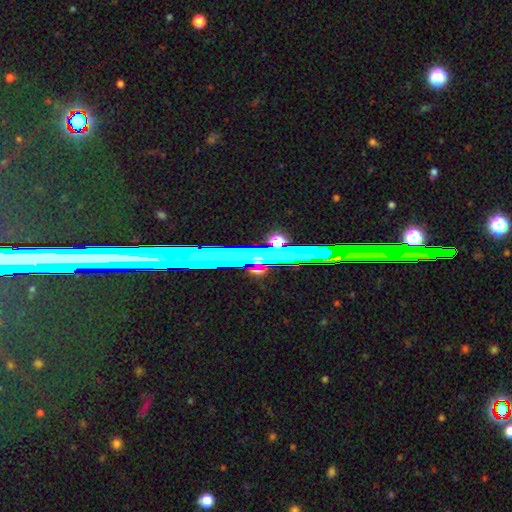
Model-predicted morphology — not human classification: The model was most divided on "smooth or featured": star or artifact: 55%, featured or disk: 33%, smooth: 12%.